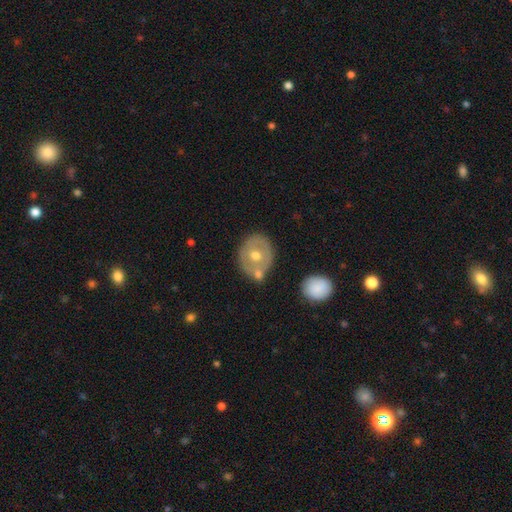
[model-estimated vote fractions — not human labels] featured or disk 49%, smooth 45%, star or artifact 7%. Down the decision tree: merging — none (64%).